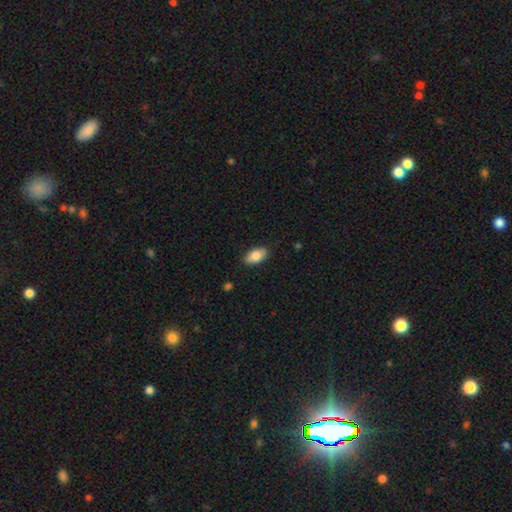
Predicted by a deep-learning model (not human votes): Smooth or featured: smooth — 82% (featured or disk — 11%)
How rounded: in between — 93% (round — 4%)
Merging: none — 87% (minor disturbance — 10%)